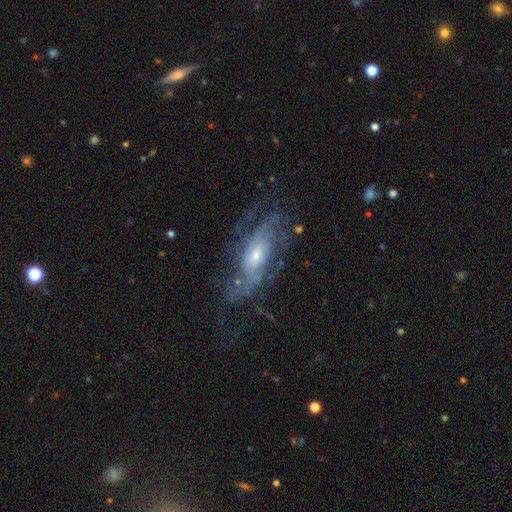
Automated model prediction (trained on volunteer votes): The model was most divided on "spiral winding" (2-way tie): medium: 40%, tight: 40%, loose: 21%. Remaining: edge-on disk — no (89%); spiral arms — yes (87%); smooth or featured — featured or disk (79%); bar — no (66%); merging — none (60%); bulge size — small (49%); spiral arm count — can't tell (42%).